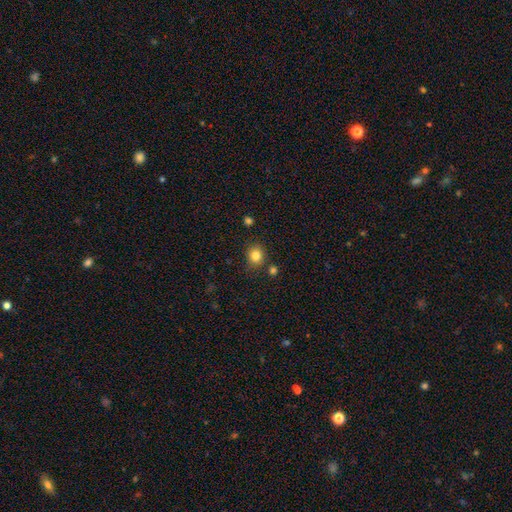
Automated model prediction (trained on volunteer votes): This is clearly a smooth galaxy (83%). How rounded: likely round (76%). Merging: clearly none (82%).